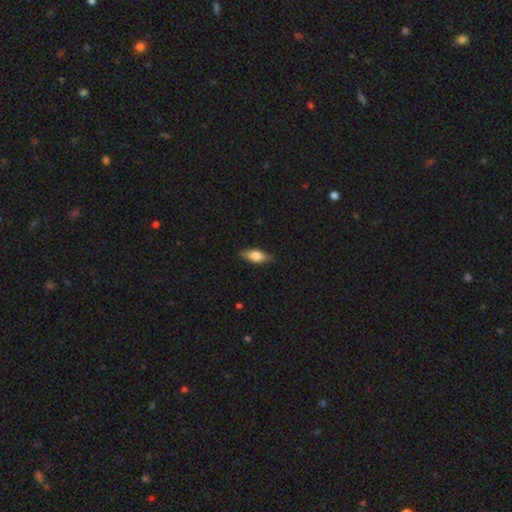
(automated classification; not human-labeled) smooth_or_featured: smooth (p=0.67) [alt: featured or disk p=0.27]
how_rounded: in between (p=0.75) [alt: cigar-shaped p=0.21]
merging: none (p=0.85) [alt: minor disturbance p=0.12]